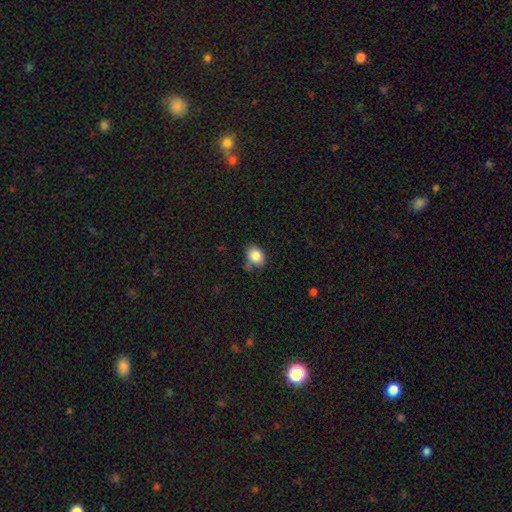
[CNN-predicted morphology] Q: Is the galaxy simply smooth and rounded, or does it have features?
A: smooth — 85%.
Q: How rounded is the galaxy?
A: in between — 60%.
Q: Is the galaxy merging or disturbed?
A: none — 66%.